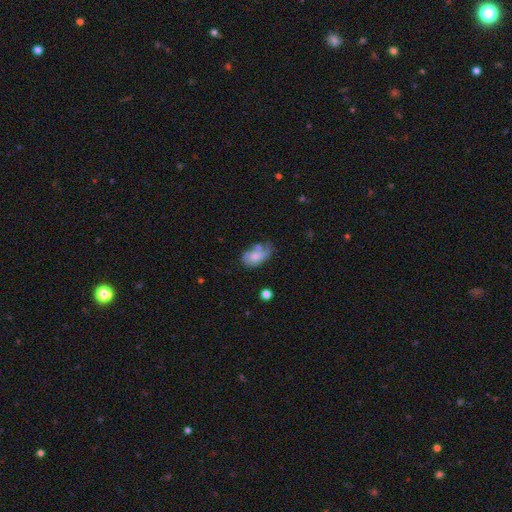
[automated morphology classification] A smooth galaxy with no disk features (58%) that is in between round and cigar-shaped (89%).

Vote fractions:
- Smooth or featured? smooth: 58% / featured or disk: 34% / star or artifact: 9%
- How rounded? in between: 89% / round: 8% / cigar-shaped: 3%
- Merging? none: 33% / minor disturbance: 30% / major disturbance: 22% / merger: 15%